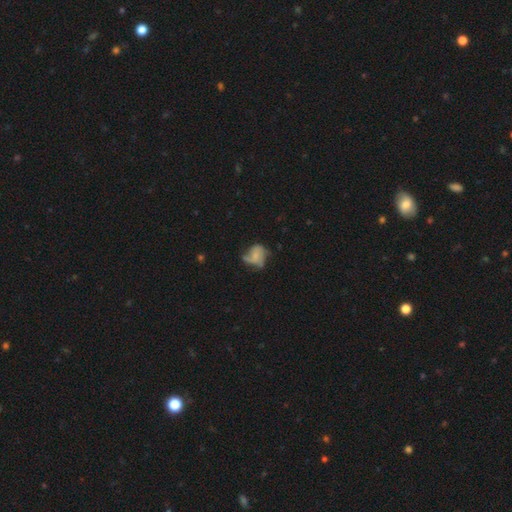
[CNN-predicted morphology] Q: Smooth or featured?
A: featured or disk (58%); runner-up: smooth (33%)
Q: Edge-on disk?
A: no (98%); runner-up: yes (2%)
Q: Bar?
A: no (68%); runner-up: weak (26%)
Q: Spiral arms?
A: yes (78%); runner-up: no (22%)
Q: Bulge size?
A: small (51%); runner-up: none (28%)
Q: Merging?
A: none (42%); runner-up: major disturbance (27%)